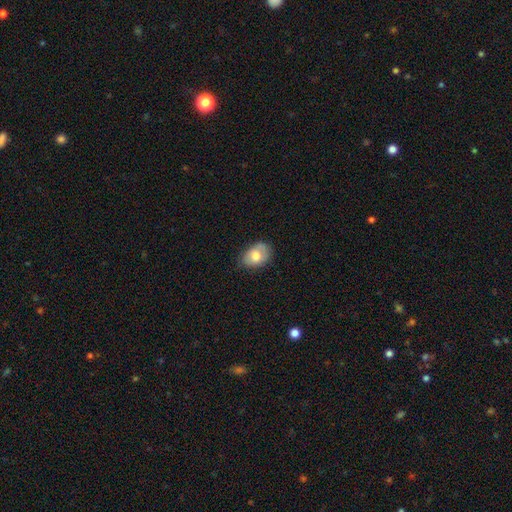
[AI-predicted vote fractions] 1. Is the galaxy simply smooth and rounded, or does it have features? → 73% smooth, 20% featured or disk, 7% star or artifact.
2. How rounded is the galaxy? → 79% in between, 19% round, 1% cigar-shaped.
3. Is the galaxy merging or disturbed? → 62% none, 30% minor disturbance, 6% major disturbance, 2% merger.